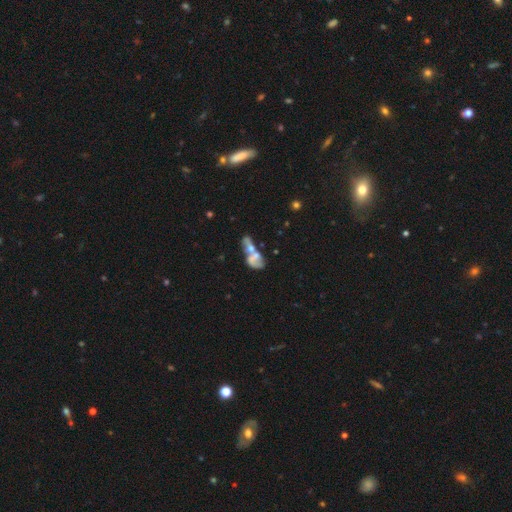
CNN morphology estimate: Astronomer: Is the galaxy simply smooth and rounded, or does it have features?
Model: featured or disk — 51% (runner-up: smooth, 35%).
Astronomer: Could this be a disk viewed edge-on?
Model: no — 92%.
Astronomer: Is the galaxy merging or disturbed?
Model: merger — 60%.